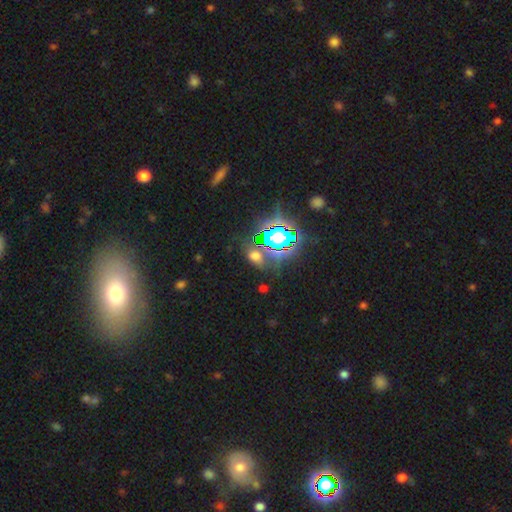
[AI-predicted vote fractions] A star or artifact, not a galaxy (51%).

Vote fractions:
- Smooth or featured? star or artifact: 51% / smooth: 37% / featured or disk: 11%